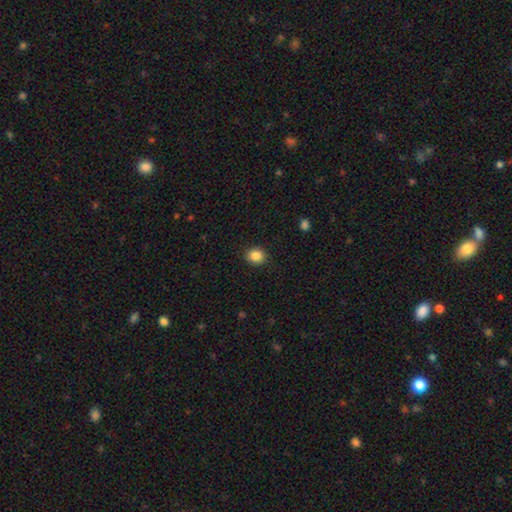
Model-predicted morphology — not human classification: Overall: smooth (87%). How rounded: round (69%; in between 30%). Merging: none (90%).